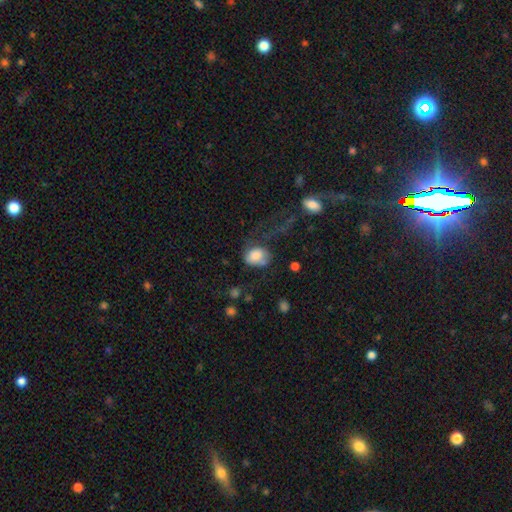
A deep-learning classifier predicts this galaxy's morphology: smooth_or_featured: smooth (p=0.73) [alt: featured or disk p=0.18]
how_rounded: in between (p=0.63) [alt: round p=0.36]
merging: major disturbance (p=0.37) [alt: none p=0.32]